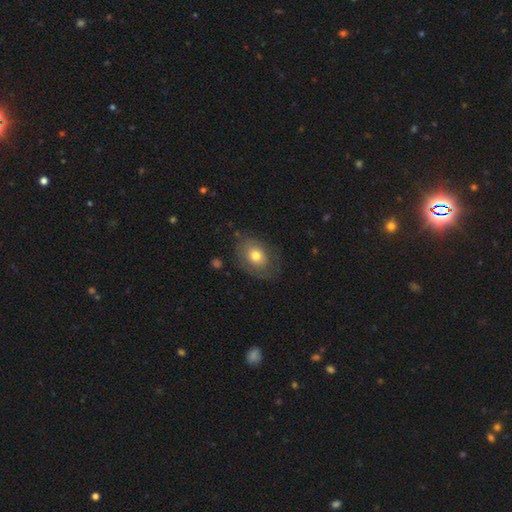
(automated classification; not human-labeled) Smooth or featured: smooth — 64% (featured or disk — 28%)
How rounded: in between — 74% (round — 25%)
Merging: none — 70% (minor disturbance — 20%)